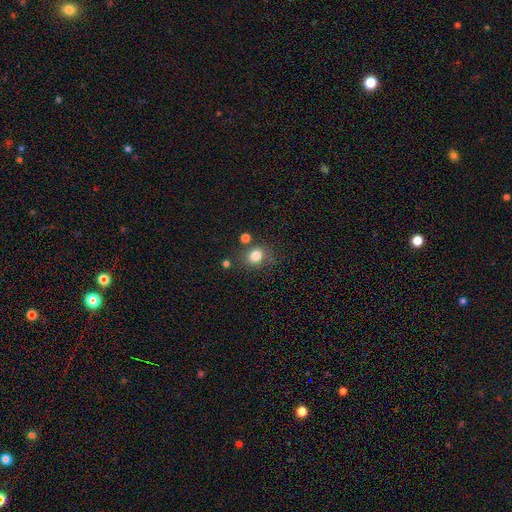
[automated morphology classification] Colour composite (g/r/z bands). It shows a smooth galaxy with no disk features (81%) that is round (66%). Merging: none (71%).